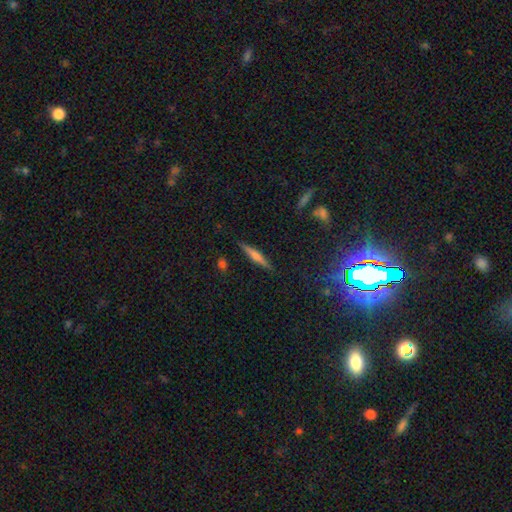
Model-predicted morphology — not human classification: Smooth or featured?
  - featured or disk: 48% *
  - smooth: 44%
  - star or artifact: 8%
Merging?
  - none: 88% *
  - minor disturbance: 8%
  - major disturbance: 2%
  - merger: 2%